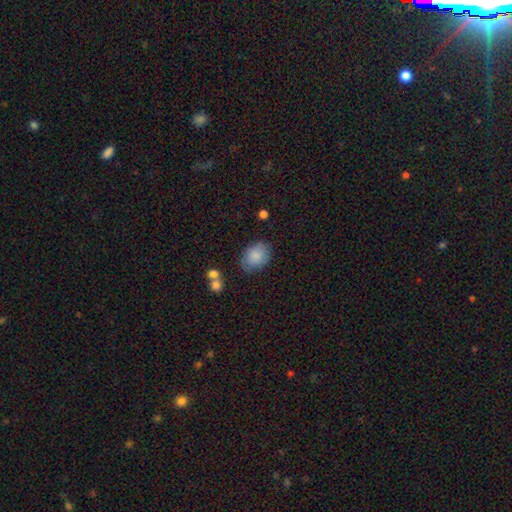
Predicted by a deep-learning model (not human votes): Smooth or featured? smooth (84%)
How rounded? in between (69%)
Merging? none (71%)